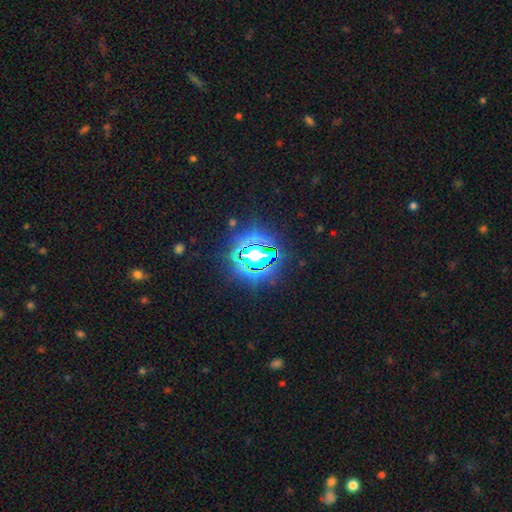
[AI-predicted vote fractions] The model was most divided on "smooth or featured": star or artifact: 71%, smooth: 17%, featured or disk: 11%.